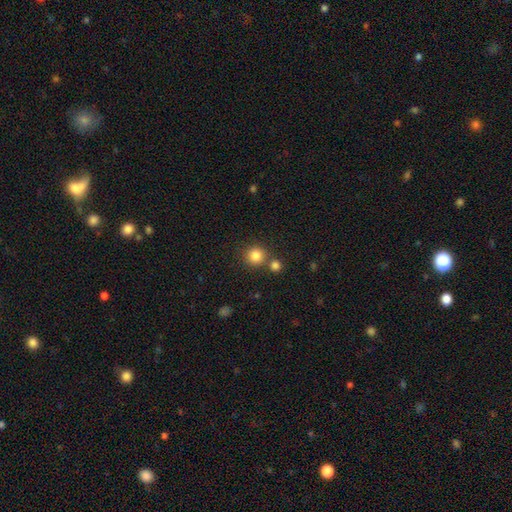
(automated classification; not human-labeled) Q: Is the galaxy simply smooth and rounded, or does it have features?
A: smooth — 84%.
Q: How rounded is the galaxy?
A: round — 93%.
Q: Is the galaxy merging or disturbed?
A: none — 74%.